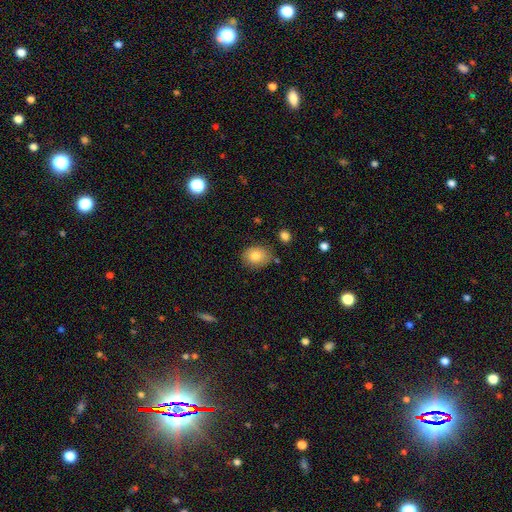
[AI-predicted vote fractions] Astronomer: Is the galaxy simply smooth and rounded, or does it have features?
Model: smooth — 81%.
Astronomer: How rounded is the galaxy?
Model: in between — 50% (runner-up: round, 49%).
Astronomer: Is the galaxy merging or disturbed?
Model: none — 79%.